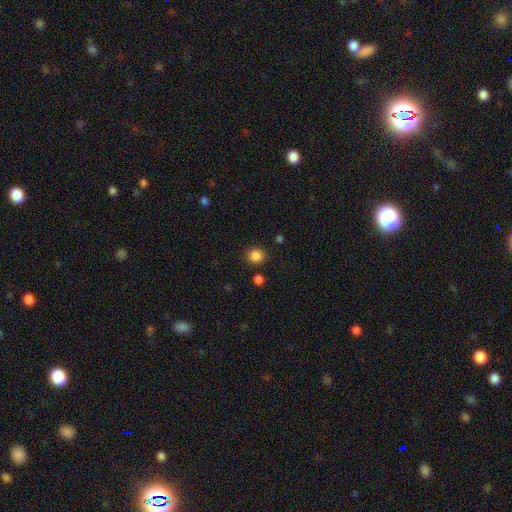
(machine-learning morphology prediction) type=smooth (86%); roundness=round (86%); merging=none (86%).